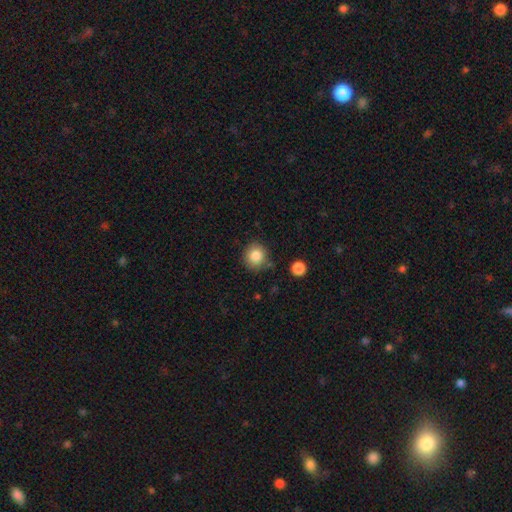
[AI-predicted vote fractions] smooth_or_featured: smooth (p=0.85) [alt: star or artifact p=0.09]
how_rounded: round (p=0.88) [alt: in between p=0.11]
merging: none (p=0.84) [alt: minor disturbance p=0.10]